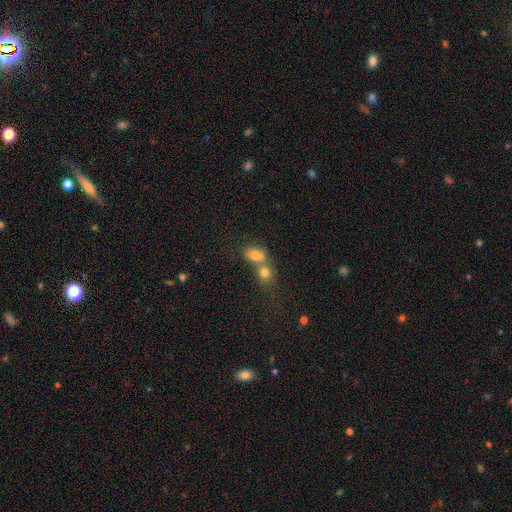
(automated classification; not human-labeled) smooth 76%, featured or disk 13%, star or artifact 12%. Down the decision tree: how rounded — in between (66%); merging — merger (64%).